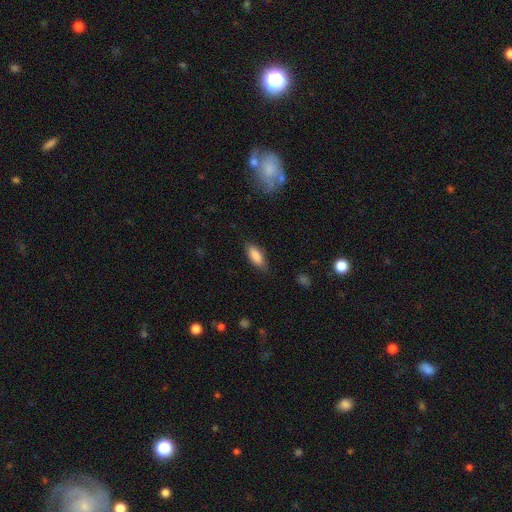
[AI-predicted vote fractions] A smooth galaxy with no disk features (87%) that is in between round and cigar-shaped (79%).

Vote fractions:
- Smooth or featured? smooth: 87% / featured or disk: 7% / star or artifact: 7%
- How rounded? in between: 79% / cigar-shaped: 19% / round: 2%
- Merging? none: 80% / minor disturbance: 15% / major disturbance: 3% / merger: 1%